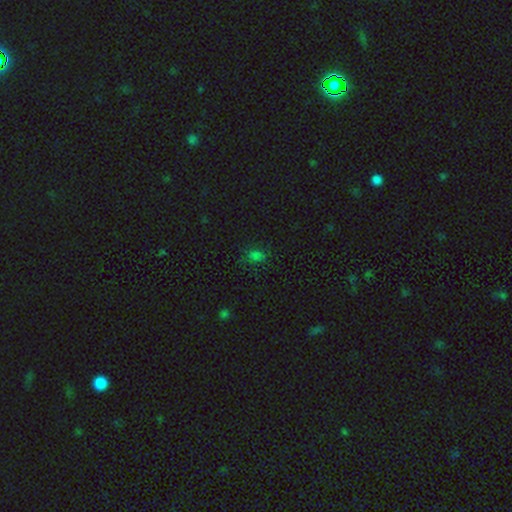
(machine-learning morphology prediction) This appears to be a smooth galaxy with no disk features (65%) that is in between round and cigar-shaped (75%). Merging: none (69%).